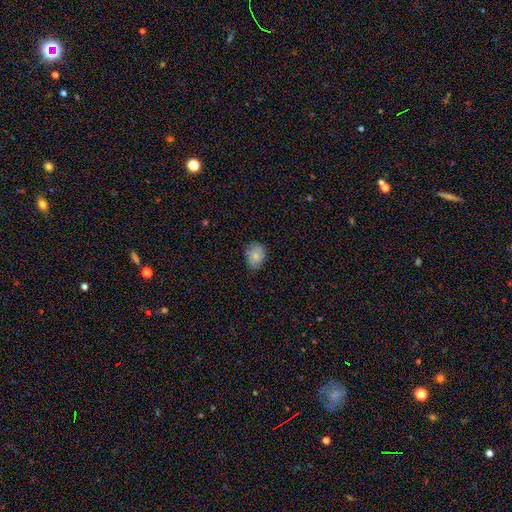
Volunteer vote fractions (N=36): Q: Smooth or featured?
A: smooth (89%); runner-up: featured or disk (6%)
Q: How rounded?
A: in between (62%); runner-up: round (38%)
Q: Merging?
A: none (71%); runner-up: minor disturbance (29%)